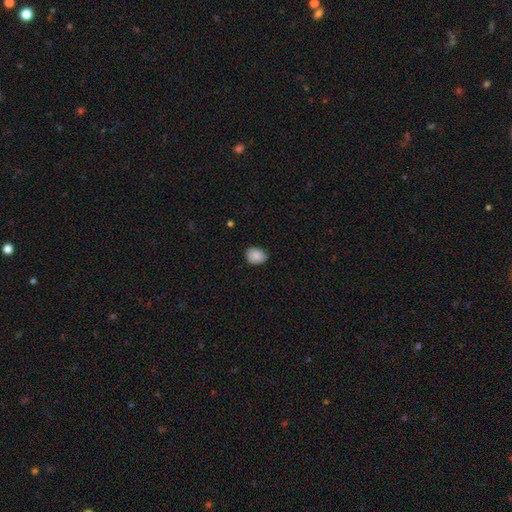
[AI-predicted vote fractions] Smooth or featured: smooth — 87% (star or artifact — 8%)
How rounded: in between — 54% (round — 45%)
Merging: none — 80% (minor disturbance — 17%)